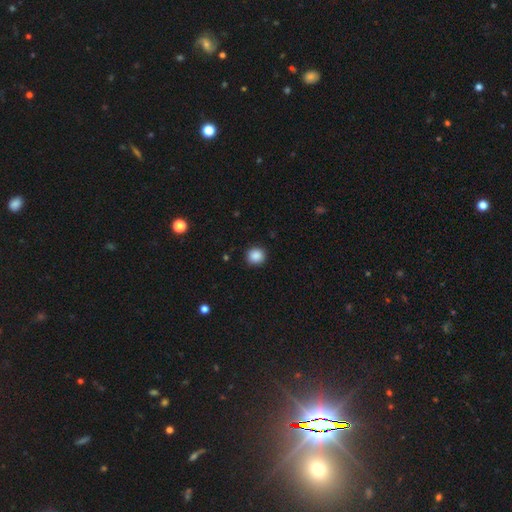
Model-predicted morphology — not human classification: Smooth or featured? Predicted: smooth (p=0.88). How rounded? Predicted: round (p=0.91). Merging? Predicted: none (p=0.91).